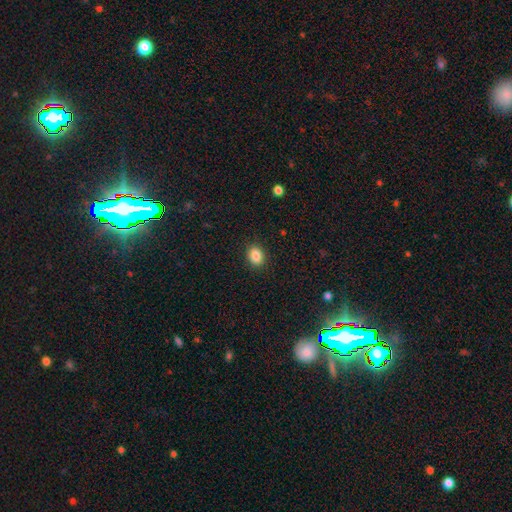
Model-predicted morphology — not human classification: smooth-or-featured: smooth: 86% | star or artifact: 9% | featured or disk: 5%
  how-rounded: in between: 57% | round: 42% | cigar-shaped: 1%
  merging: none: 90% | minor disturbance: 7% | major disturbance: 2% | merger: 1%